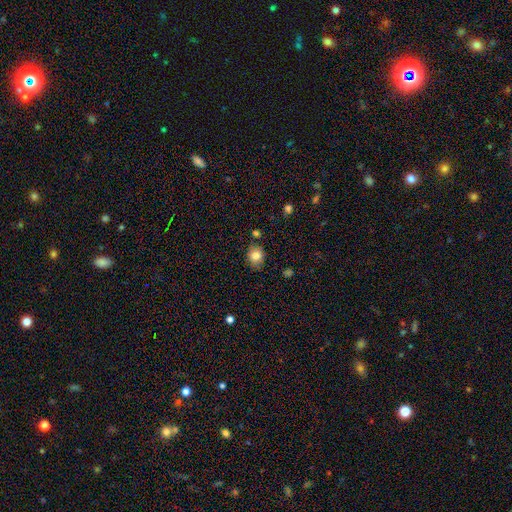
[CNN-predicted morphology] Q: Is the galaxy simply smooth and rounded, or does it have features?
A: smooth — 81%.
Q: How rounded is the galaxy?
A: round — 59%.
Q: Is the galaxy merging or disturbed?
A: none — 79%.